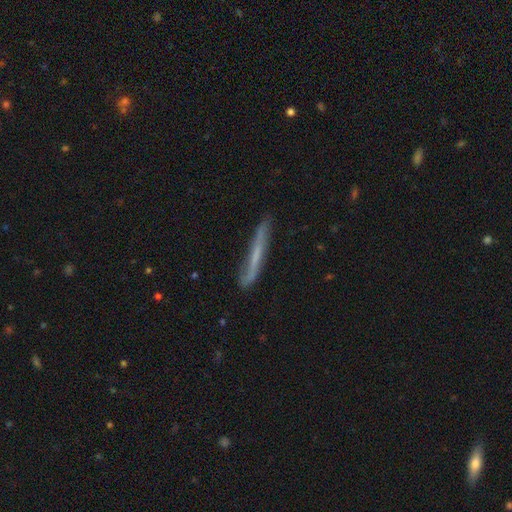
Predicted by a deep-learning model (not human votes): Morphology: type=featured or disk (50%); merging=none (74%).